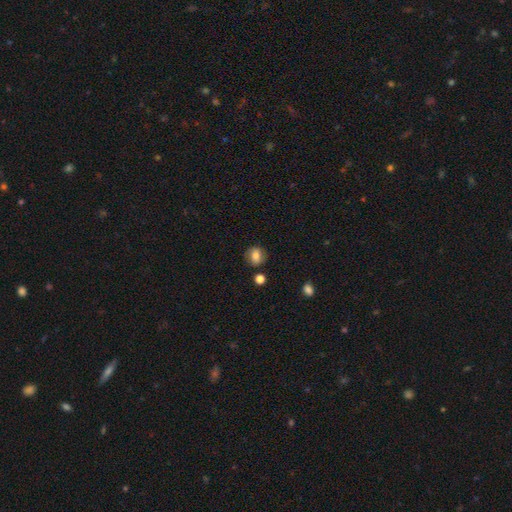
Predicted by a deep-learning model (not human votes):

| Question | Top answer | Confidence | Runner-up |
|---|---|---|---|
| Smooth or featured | smooth | 76% | featured or disk (14%) |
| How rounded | round | 73% | in between (26%) |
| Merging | none | 81% | minor disturbance (12%) |